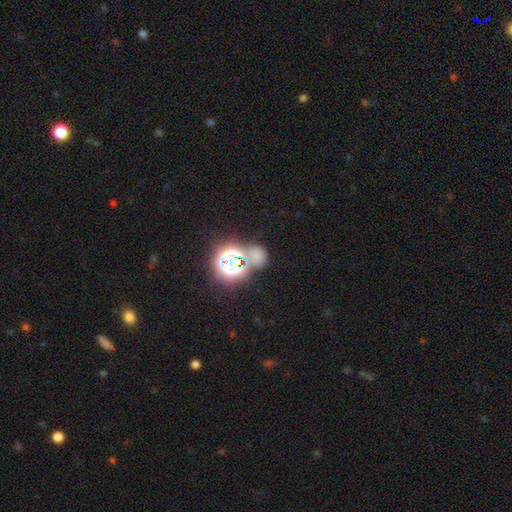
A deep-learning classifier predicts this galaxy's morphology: Smooth or featured?
  - star or artifact: 50% *
  - smooth: 41%
  - featured or disk: 9%